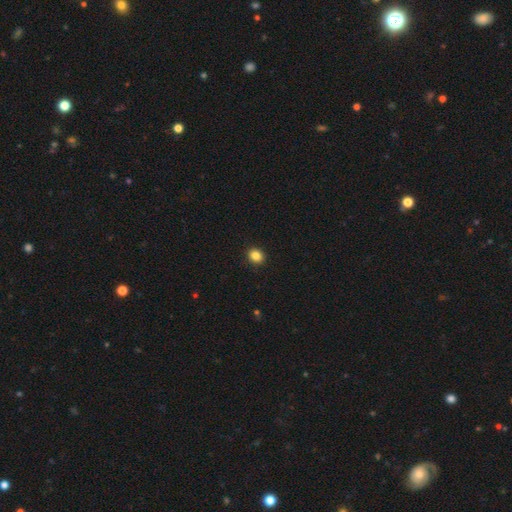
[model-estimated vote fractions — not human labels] Q: Smooth or featured?
A: smooth (86%); runner-up: star or artifact (10%)
Q: How rounded?
A: round (69%); runner-up: in between (30%)
Q: Merging?
A: none (92%); runner-up: minor disturbance (5%)